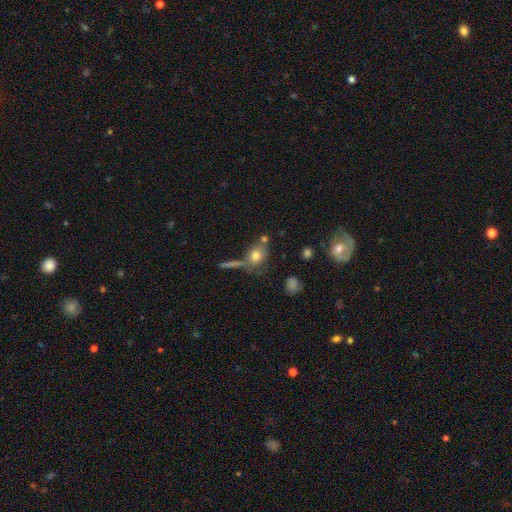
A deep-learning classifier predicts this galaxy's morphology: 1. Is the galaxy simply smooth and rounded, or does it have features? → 75% smooth, 15% featured or disk, 11% star or artifact.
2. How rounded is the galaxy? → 49% in between, 48% round, 4% cigar-shaped.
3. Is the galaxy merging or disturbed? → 60% none, 19% merger, 15% minor disturbance, 7% major disturbance.